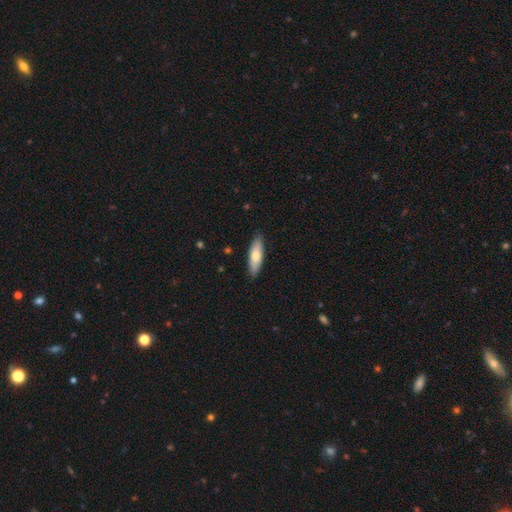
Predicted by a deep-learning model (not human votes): Morphology: type=smooth (69%); roundness=cigar-shaped (51%); merging=none (88%).